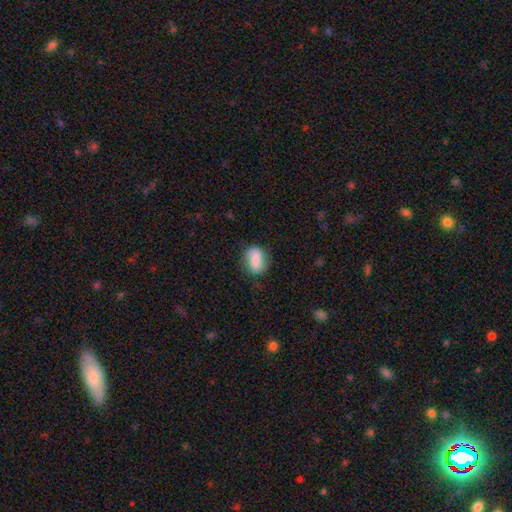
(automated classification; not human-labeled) Morphology: type=smooth (70%); roundness=in between (74%); merging=none (69%).